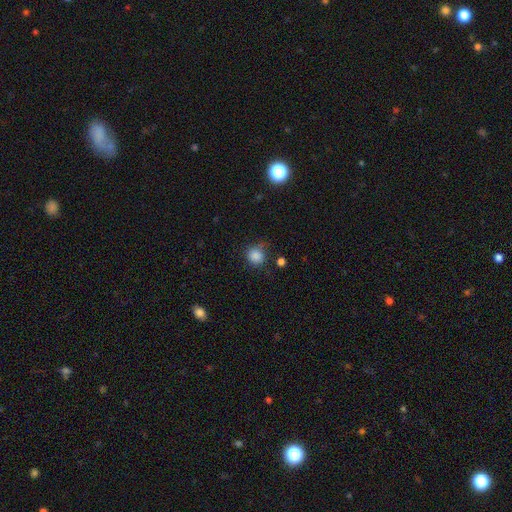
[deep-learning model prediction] This is clearly a smooth galaxy (85%). How rounded: clearly round (89%). Merging: likely none (71%).